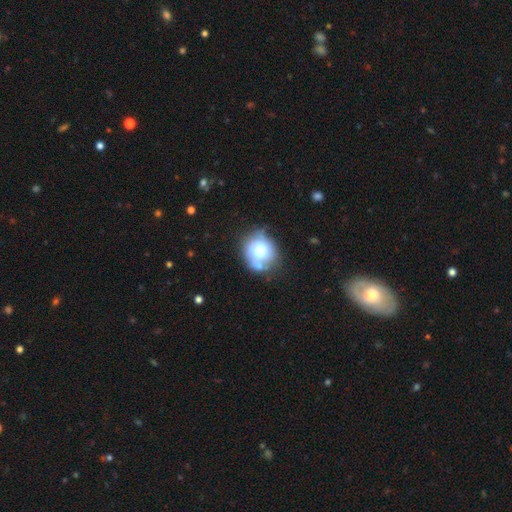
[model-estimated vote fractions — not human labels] Q: Smooth or featured?
A: smooth (67%); runner-up: featured or disk (24%)
Q: How rounded?
A: round (80%); runner-up: in between (19%)
Q: Merging?
A: none (53%); runner-up: minor disturbance (24%)